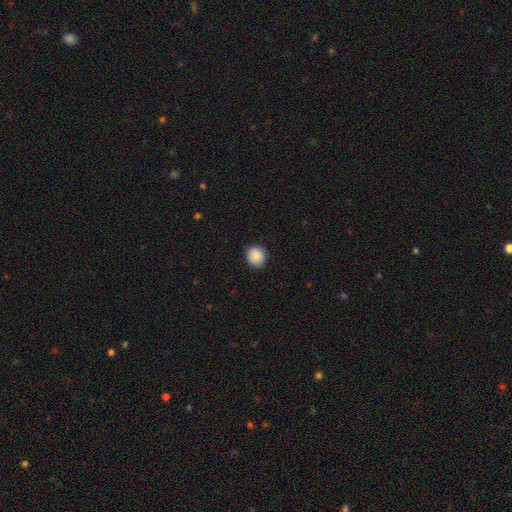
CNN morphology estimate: Overall: smooth (89%). How rounded: round (85%). Merging: none (89%).